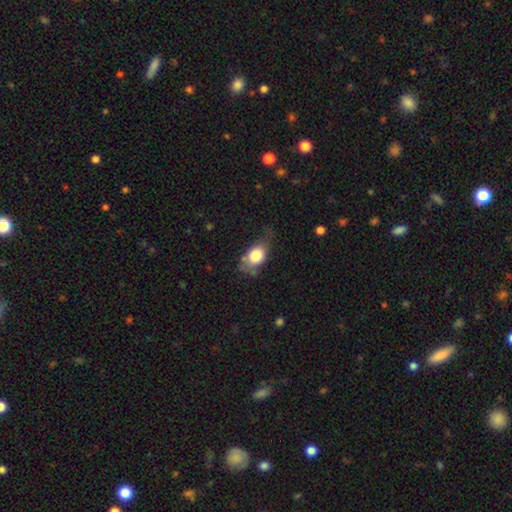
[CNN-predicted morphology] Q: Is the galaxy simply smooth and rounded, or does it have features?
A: smooth — 77%.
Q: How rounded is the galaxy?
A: in between — 76%.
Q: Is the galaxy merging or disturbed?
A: none — 44%.